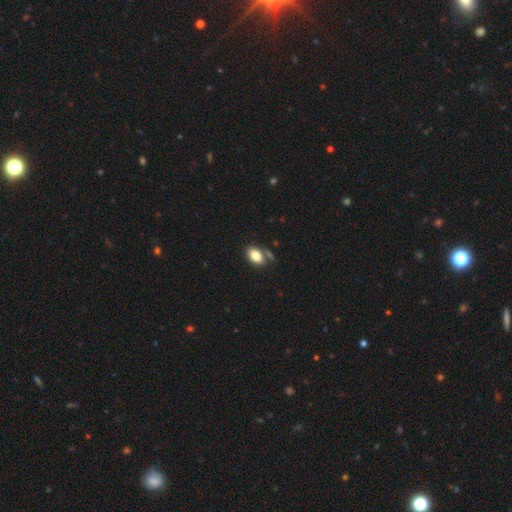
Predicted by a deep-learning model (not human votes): smooth 83%, star or artifact 9%, featured or disk 8%. Down the decision tree: how rounded — in between (88%); merging — none (70%).